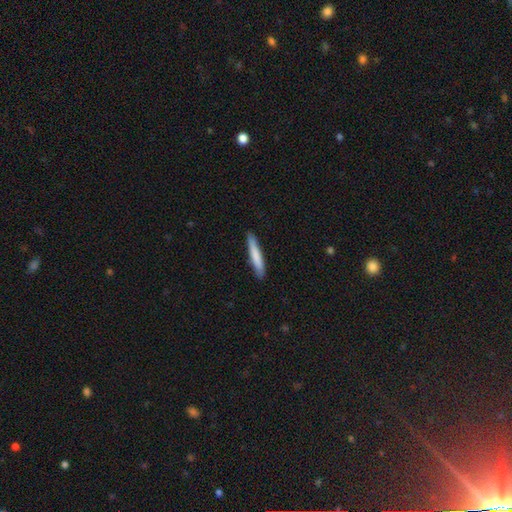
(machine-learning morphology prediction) Smooth or featured: smooth — 78% (featured or disk — 17%)
How rounded: cigar-shaped — 94% (in between — 5%)
Merging: none — 88% (minor disturbance — 9%)